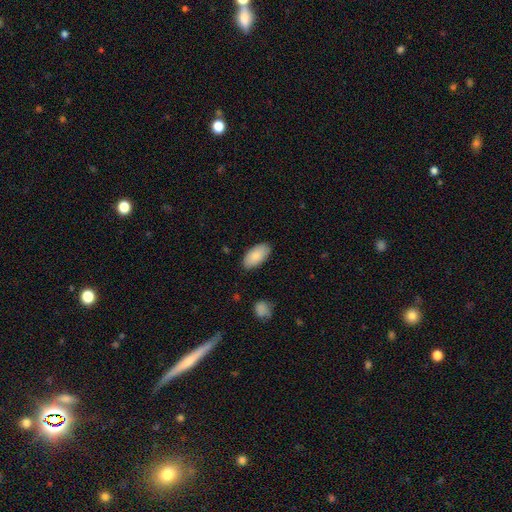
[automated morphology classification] Smooth or featured? smooth (87%)
How rounded? in between (94%)
Merging? none (85%)